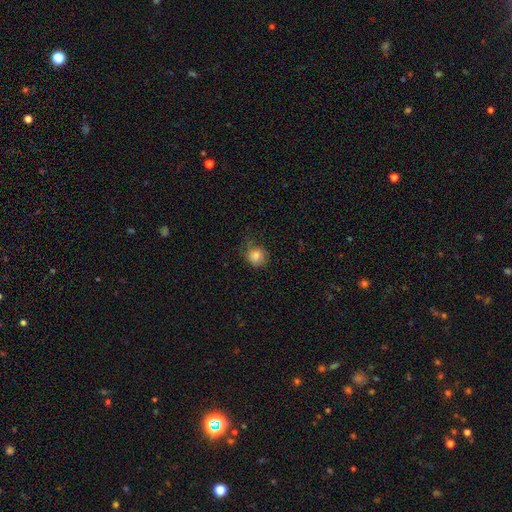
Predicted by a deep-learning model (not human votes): Morphology: type=smooth (79%); roundness=round (74%); merging=none (57%).